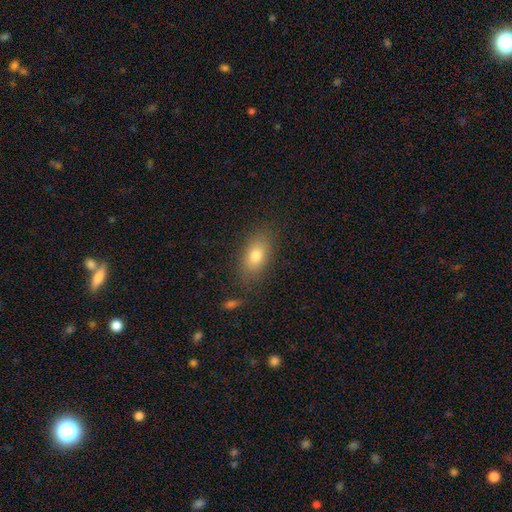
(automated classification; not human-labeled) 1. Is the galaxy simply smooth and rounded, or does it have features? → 77% smooth, 13% featured or disk, 10% star or artifact.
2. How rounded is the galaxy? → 84% in between, 11% round, 5% cigar-shaped.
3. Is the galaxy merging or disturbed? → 80% none, 14% minor disturbance, 4% major disturbance, 2% merger.